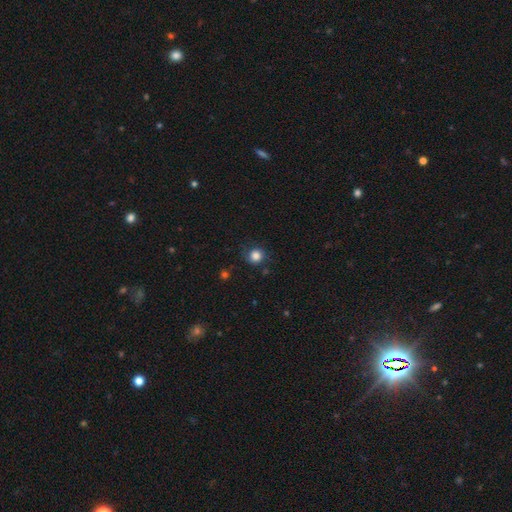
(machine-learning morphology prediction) smooth_or_featured: smooth (p=0.84) [alt: star or artifact p=0.12]
how_rounded: round (p=0.88) [alt: in between p=0.11]
merging: none (p=0.79) [alt: minor disturbance p=0.15]